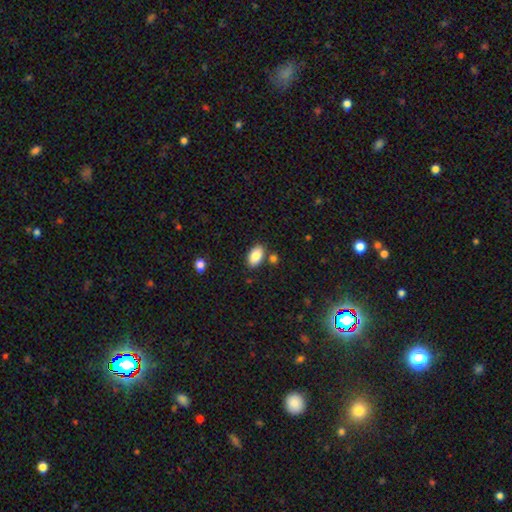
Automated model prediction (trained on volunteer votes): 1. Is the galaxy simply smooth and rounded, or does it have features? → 85% smooth, 8% featured or disk, 7% star or artifact.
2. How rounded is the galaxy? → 94% in between, 5% round, 2% cigar-shaped.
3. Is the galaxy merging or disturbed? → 82% none, 10% minor disturbance, 6% merger, 2% major disturbance.